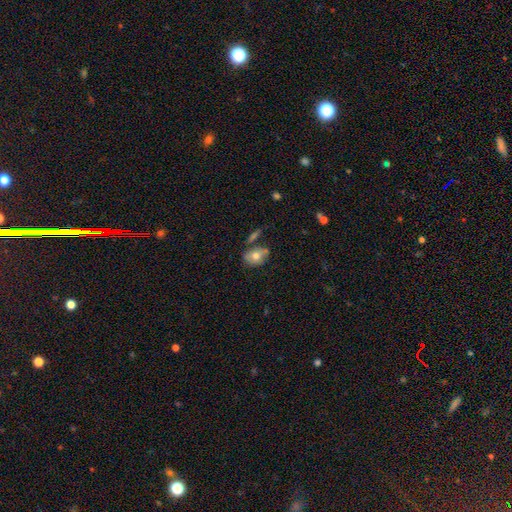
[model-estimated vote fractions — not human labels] smooth_or_featured: smooth (p=0.69) [alt: featured or disk p=0.23]
how_rounded: in between (p=0.70) [alt: round p=0.29]
merging: none (p=0.59) [alt: minor disturbance p=0.21]